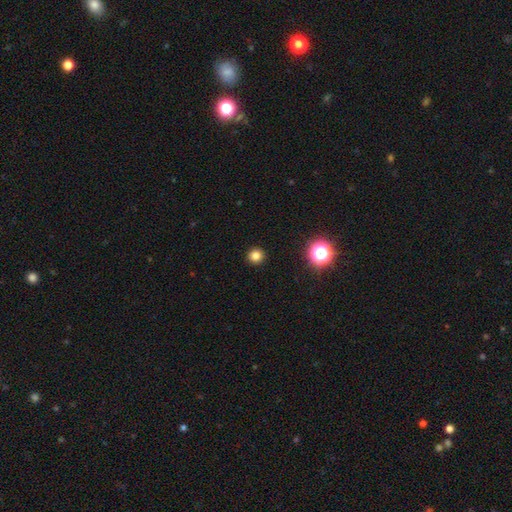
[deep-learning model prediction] Smooth or featured? smooth (81%)
How rounded? round (95%)
Merging? none (93%)